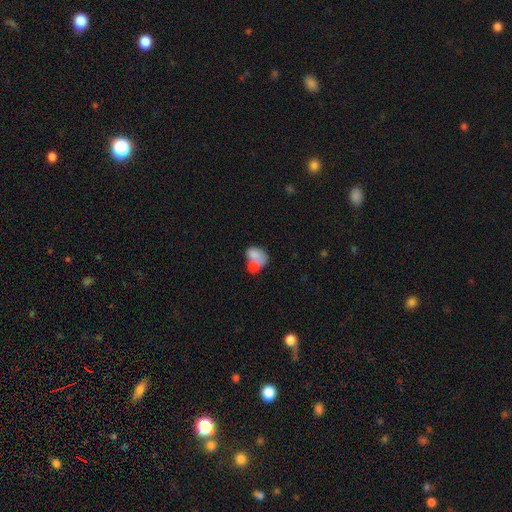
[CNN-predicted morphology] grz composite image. It shows a smooth galaxy with no disk features (72%) that is in between round and cigar-shaped (71%). Merging: merger (59%).